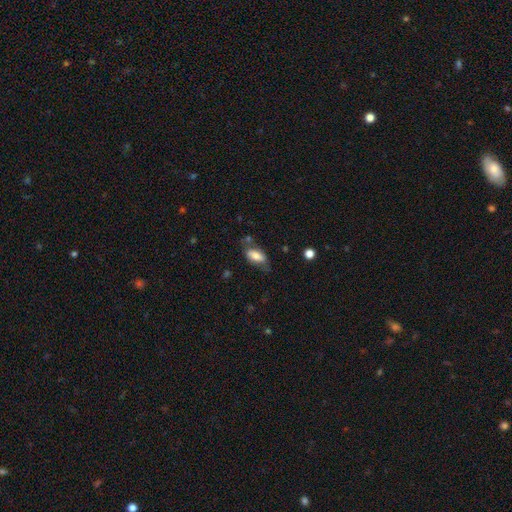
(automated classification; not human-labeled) Smooth or featured? Predicted: smooth (p=0.73). How rounded? Predicted: in between (p=0.88). Merging? Predicted: none (p=0.59).